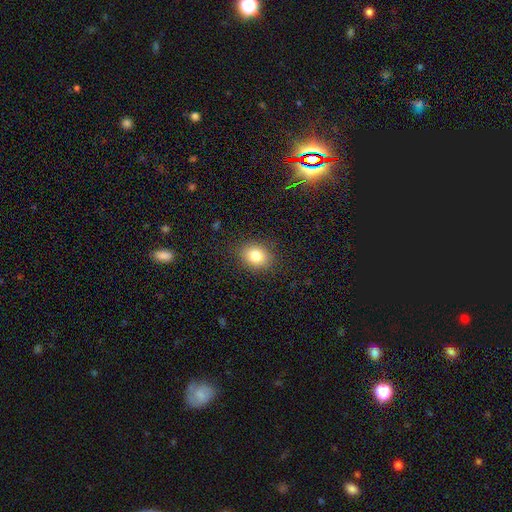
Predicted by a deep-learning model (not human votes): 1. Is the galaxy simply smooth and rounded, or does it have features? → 81% smooth, 11% star or artifact, 8% featured or disk.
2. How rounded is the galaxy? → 53% in between, 46% round, 1% cigar-shaped.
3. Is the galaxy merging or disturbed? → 87% none, 9% minor disturbance, 3% major disturbance, 1% merger.